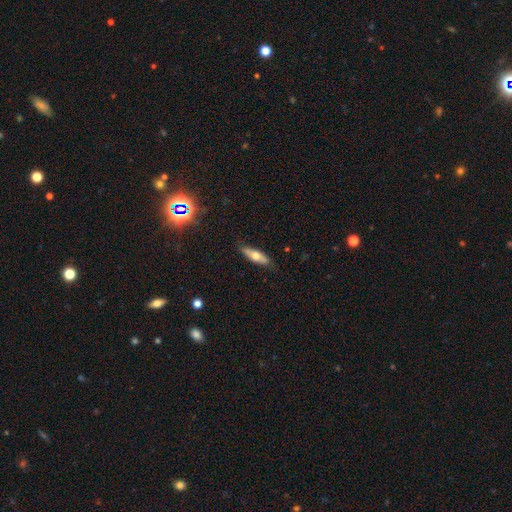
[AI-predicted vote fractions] This is possibly a smooth galaxy (58%). How rounded: possibly cigar-shaped (52%). Merging: clearly none (83%).